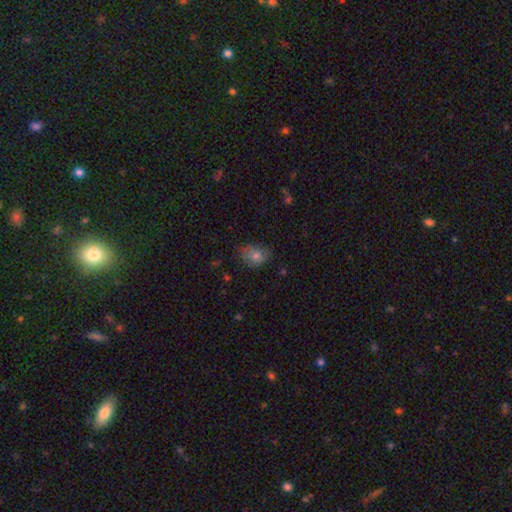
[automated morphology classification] Smooth or featured: smooth — 76% (featured or disk — 13%)
How rounded: in between — 60% (round — 39%)
Merging: none — 58% (minor disturbance — 31%)